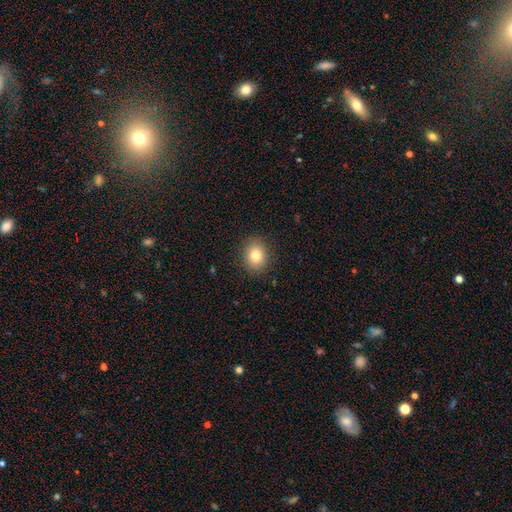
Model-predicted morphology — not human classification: A smooth galaxy with no disk features (80%) that is round (70%).

Vote fractions:
- Smooth or featured? smooth: 80% / star or artifact: 11% / featured or disk: 9%
- How rounded? round: 70% / in between: 29% / cigar-shaped: 1%
- Merging? none: 89% / minor disturbance: 8% / major disturbance: 2% / merger: 1%